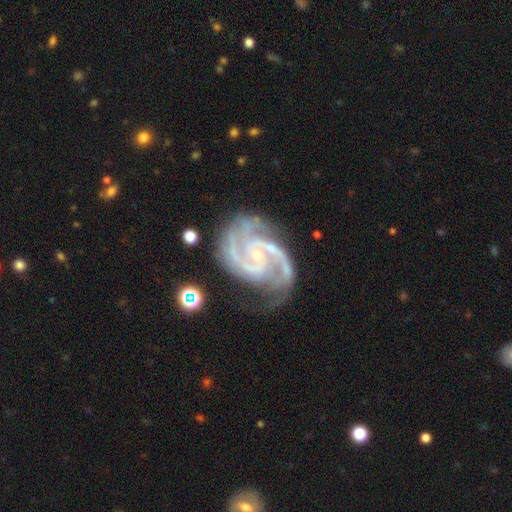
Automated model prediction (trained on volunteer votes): A featured or disk galaxy (93%) with no bar (49%), 2 (64%) medium (54%) spiral arms (99%) and a small central bulge (79%).

Vote fractions:
- Smooth or featured? featured or disk: 93% / star or artifact: 5% / smooth: 2%
- Edge-on disk? no: 98% / yes: 2%
- Bar? no: 49% / weak: 34% / strong: 16%
- Spiral arms? yes: 99% / no: 1%
- Spiral winding? medium: 54% / tight: 39% / loose: 7%
- Spiral arm count? 2: 64% / 3: 20% / can't tell: 5% / 4: 4% / 1: 3% / more than 4: 3%
- Bulge size? small: 79% / moderate: 17% / none: 2% / large: 1% / dominant: 1%
- Merging? none: 65% / minor disturbance: 22% / major disturbance: 10% / merger: 3%